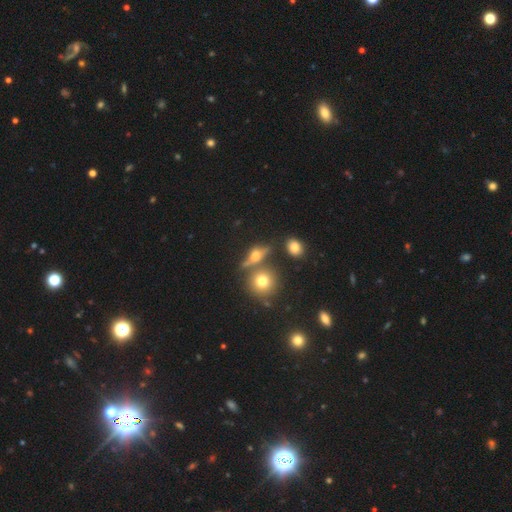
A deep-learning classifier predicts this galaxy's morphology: This appears to be a smooth galaxy with no disk features (43%). Merging: none (62%).